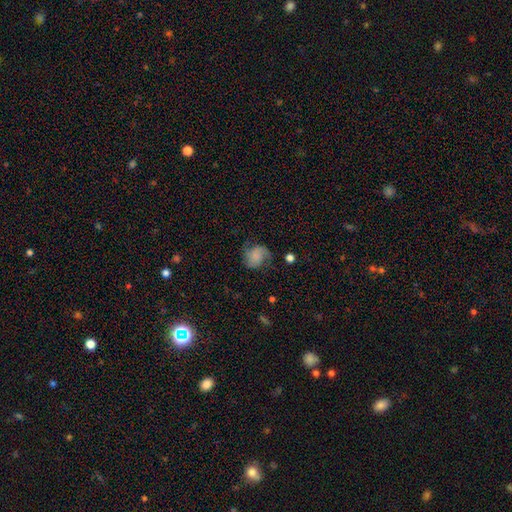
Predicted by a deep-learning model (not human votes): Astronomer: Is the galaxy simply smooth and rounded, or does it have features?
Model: featured or disk — 46% (runner-up: smooth, 45%).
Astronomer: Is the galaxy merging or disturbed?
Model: none — 59%.